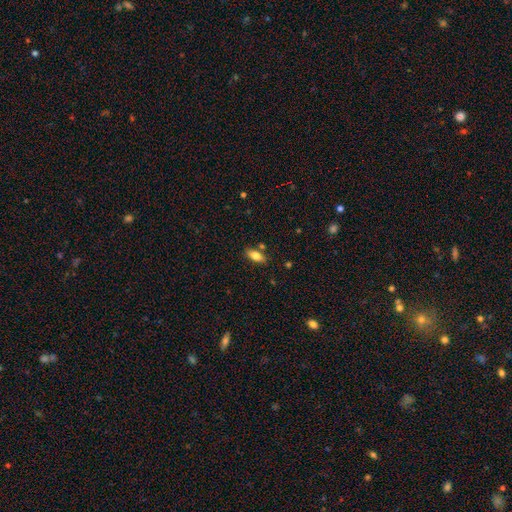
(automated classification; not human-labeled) A smooth galaxy with no disk features (78%) that is in between round and cigar-shaped (85%). Merging: none (81%).